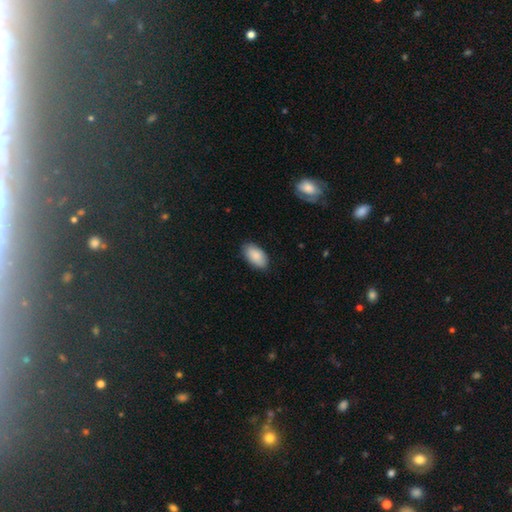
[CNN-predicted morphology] smooth 87%, featured or disk 7%, star or artifact 6%. Down the decision tree: how rounded — in between (95%); merging — none (84%).